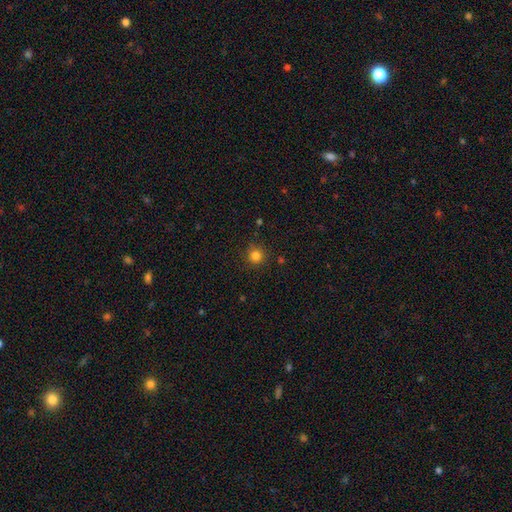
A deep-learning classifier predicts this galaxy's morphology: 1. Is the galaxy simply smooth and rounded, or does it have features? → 82% smooth, 14% star or artifact, 4% featured or disk.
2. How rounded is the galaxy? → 94% round, 5% in between, 1% cigar-shaped.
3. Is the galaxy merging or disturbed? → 88% none, 8% minor disturbance, 2% major disturbance, 2% merger.